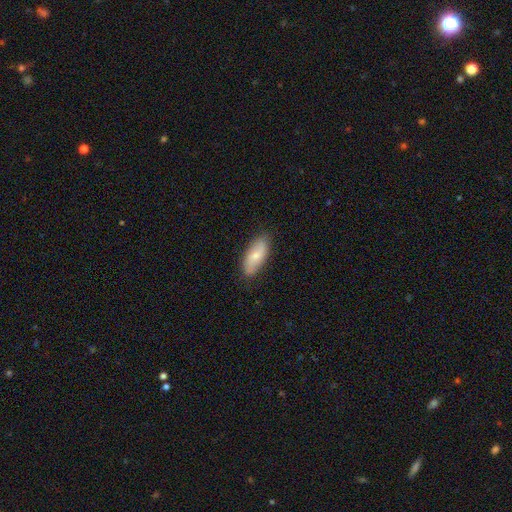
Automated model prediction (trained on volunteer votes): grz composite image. It shows a smooth galaxy with no disk features (63%) that is in between round and cigar-shaped (83%). Merging: none (83%).